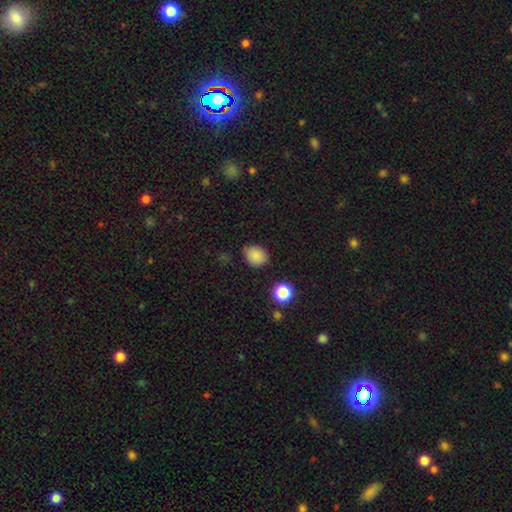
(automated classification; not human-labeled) The model was most divided on "how rounded": round: 71%, in between: 28%, cigar-shaped: 1%. More confident: smooth or featured — smooth (85%); merging — none (78%).